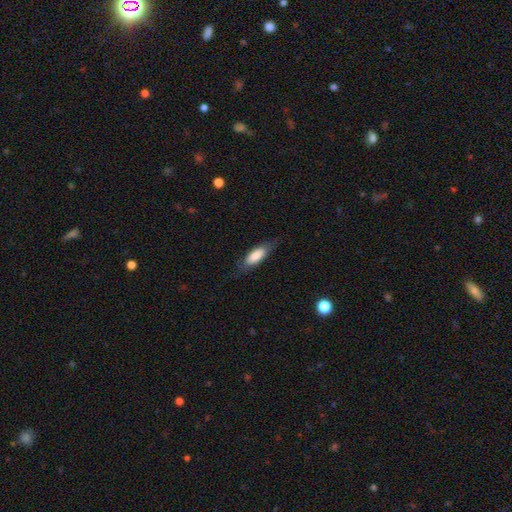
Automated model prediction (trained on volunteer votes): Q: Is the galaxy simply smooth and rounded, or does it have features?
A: smooth — 75%.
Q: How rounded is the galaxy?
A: in between — 64%.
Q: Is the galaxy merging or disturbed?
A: none — 75%.